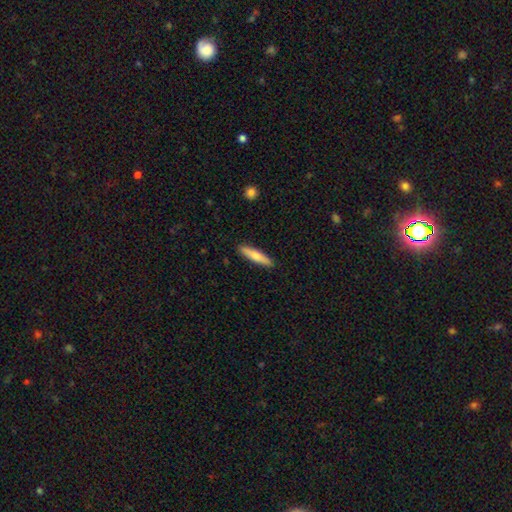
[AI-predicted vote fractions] A smooth galaxy with no disk features (67%) that is cigar-shaped (85%). Merging: none (90%).